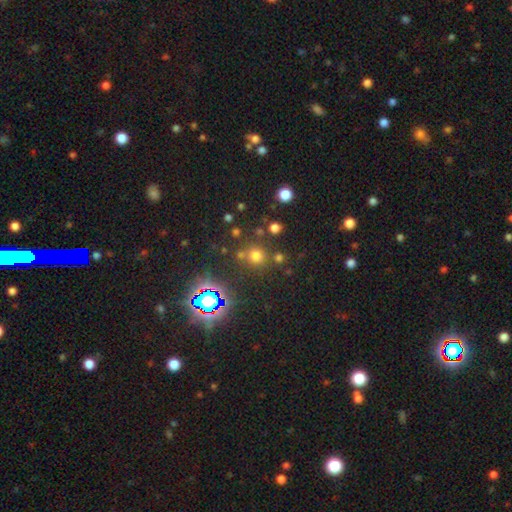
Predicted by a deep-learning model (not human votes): Overall: smooth (62%; star or artifact 30%). How rounded: round (88%). Merging: none (72%).